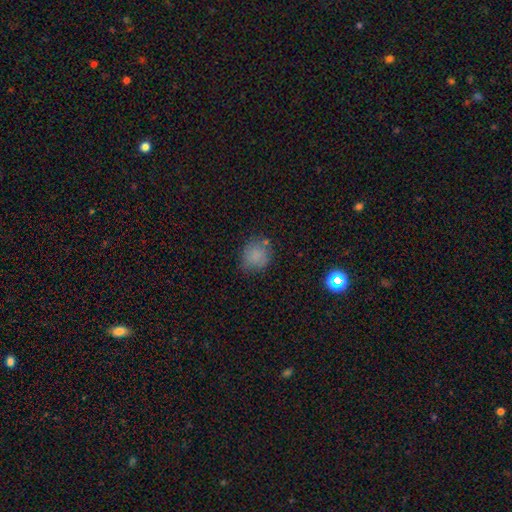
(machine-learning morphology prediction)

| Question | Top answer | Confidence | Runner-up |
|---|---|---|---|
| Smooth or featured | smooth | 80% | star or artifact (12%) |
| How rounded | round | 80% | in between (19%) |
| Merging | none | 70% | minor disturbance (20%) |